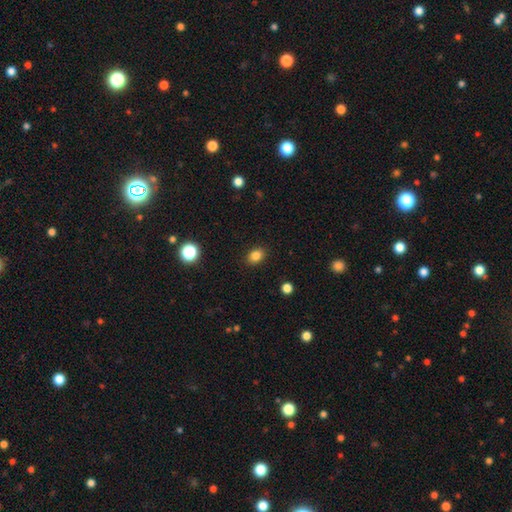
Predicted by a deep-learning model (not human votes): smooth 84%, star or artifact 11%, featured or disk 5%. Down the decision tree: how rounded — in between (64%); merging — none (89%).